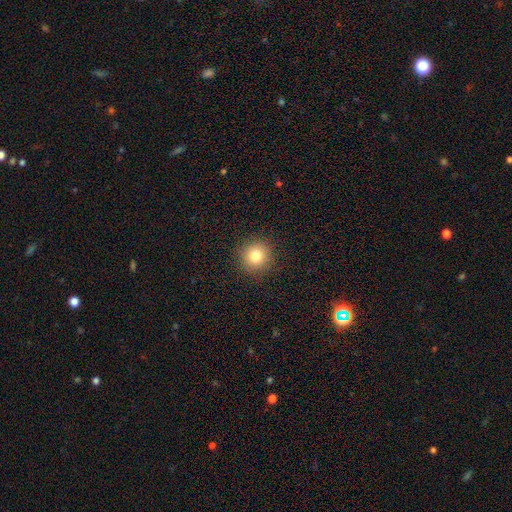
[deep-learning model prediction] Smooth or featured? smooth (80%)
How rounded? round (93%)
Merging? none (91%)